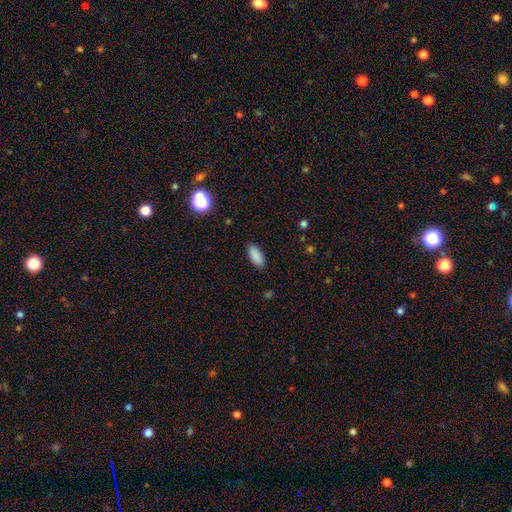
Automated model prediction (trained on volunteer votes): Smooth or featured?
  - smooth: 89% *
  - star or artifact: 8%
  - featured or disk: 4%
How rounded?
  - in between: 87% *
  - cigar-shaped: 11%
  - round: 2%
Merging?
  - none: 88% *
  - minor disturbance: 9%
  - major disturbance: 2%
  - merger: 1%